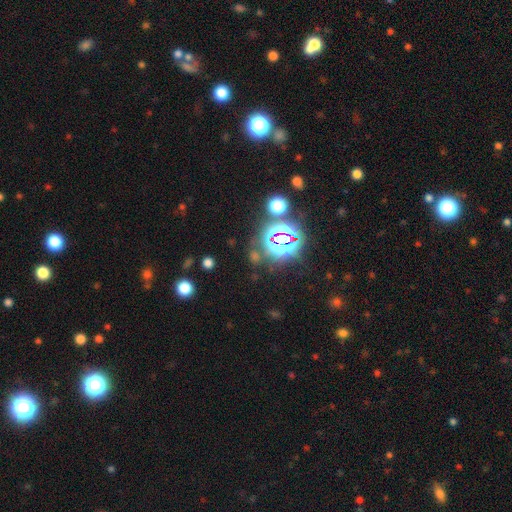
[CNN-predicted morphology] type=star or artifact (71%).